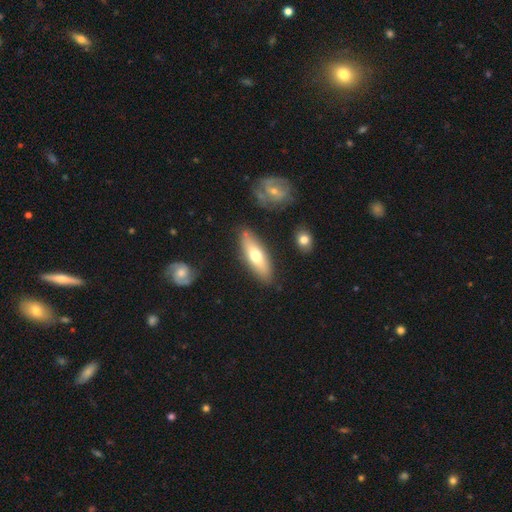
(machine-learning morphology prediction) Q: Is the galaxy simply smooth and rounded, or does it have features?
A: smooth — 60%.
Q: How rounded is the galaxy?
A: in between — 55%.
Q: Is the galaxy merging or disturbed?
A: none — 83%.